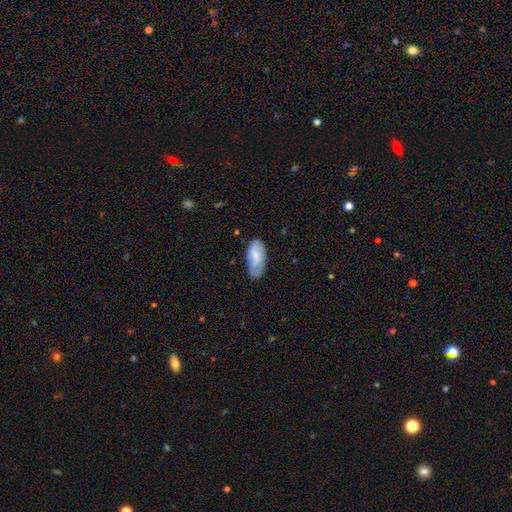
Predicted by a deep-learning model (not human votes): Smooth or featured? Predicted: smooth (p=0.75). How rounded? Predicted: in between (p=0.91). Merging? Predicted: none (p=0.62).